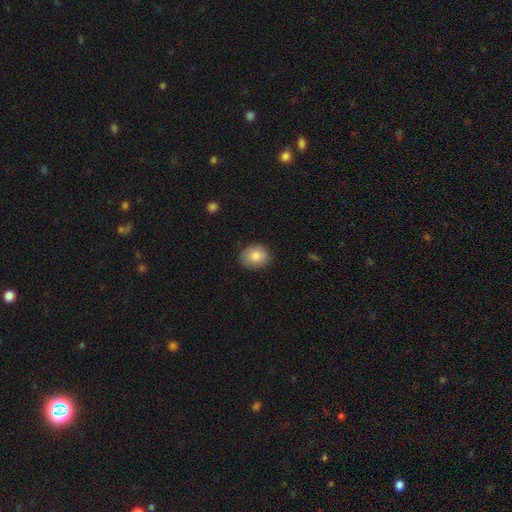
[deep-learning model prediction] Smooth or featured: smooth — 86% (star or artifact — 8%)
How rounded: round — 58% (in between — 41%)
Merging: none — 83% (minor disturbance — 13%)